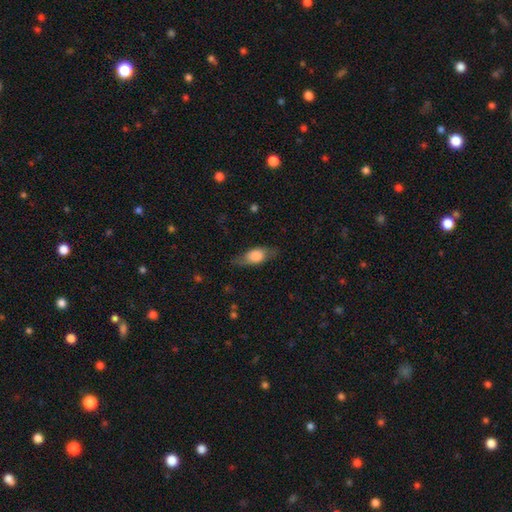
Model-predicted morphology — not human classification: Smooth or featured?
  - smooth: 64% *
  - featured or disk: 29%
  - star or artifact: 7%
How rounded?
  - in between: 74% *
  - cigar-shaped: 19%
  - round: 7%
Merging?
  - none: 74% *
  - minor disturbance: 18%
  - major disturbance: 6%
  - merger: 1%